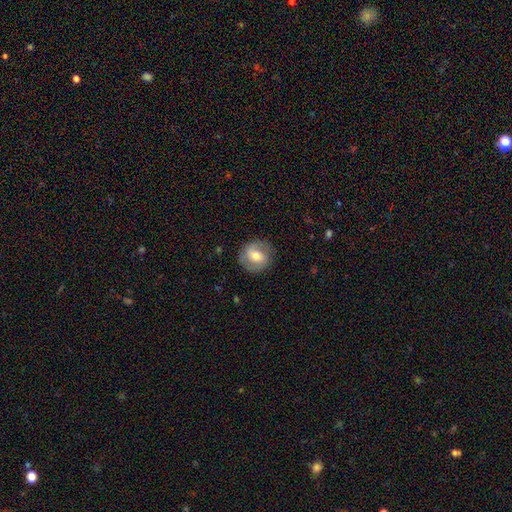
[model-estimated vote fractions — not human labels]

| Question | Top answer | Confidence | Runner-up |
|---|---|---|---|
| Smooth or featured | smooth | 48% | featured or disk (45%) |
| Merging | none | 84% | minor disturbance (11%) |